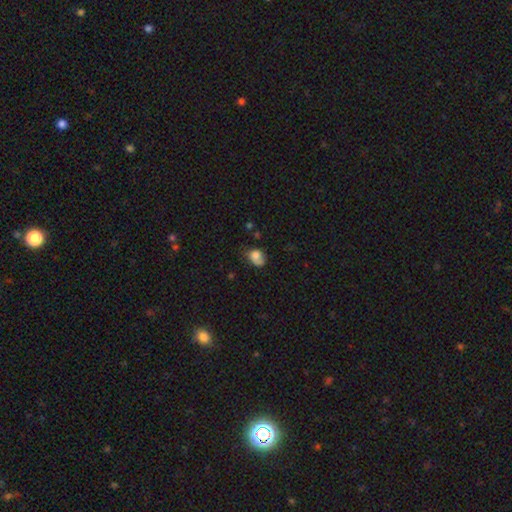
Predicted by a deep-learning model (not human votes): smooth-or-featured: smooth: 74% | featured or disk: 17% | star or artifact: 9%
  how-rounded: in between: 65% | round: 34% | cigar-shaped: 1%
  merging: none: 38% | minor disturbance: 36% | major disturbance: 21% | merger: 5%